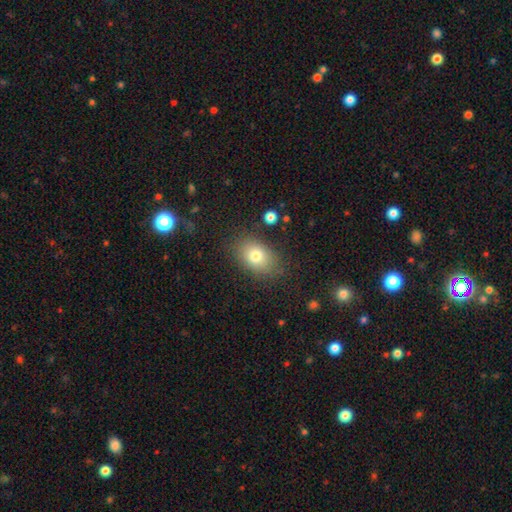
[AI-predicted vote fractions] Smooth or featured?
  - smooth: 78% *
  - featured or disk: 12%
  - star or artifact: 10%
How rounded?
  - in between: 78% *
  - round: 21%
  - cigar-shaped: 1%
Merging?
  - none: 81% *
  - minor disturbance: 13%
  - major disturbance: 5%
  - merger: 2%